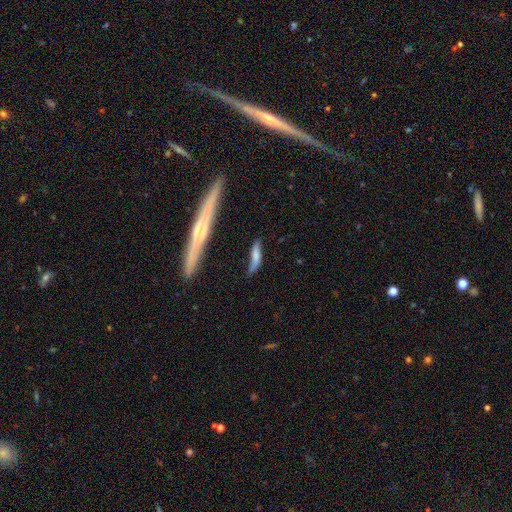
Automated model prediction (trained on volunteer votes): The model was most divided on "smooth or featured": smooth: 48%, featured or disk: 45%, star or artifact: 8%. More confident: merging — none (58%).